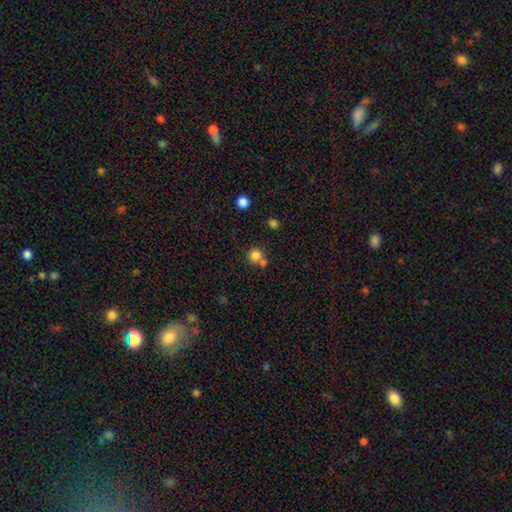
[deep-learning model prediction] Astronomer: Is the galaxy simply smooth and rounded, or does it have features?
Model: smooth — 81%.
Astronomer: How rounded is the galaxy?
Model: round — 91%.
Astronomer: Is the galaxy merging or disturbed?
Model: none — 58%.